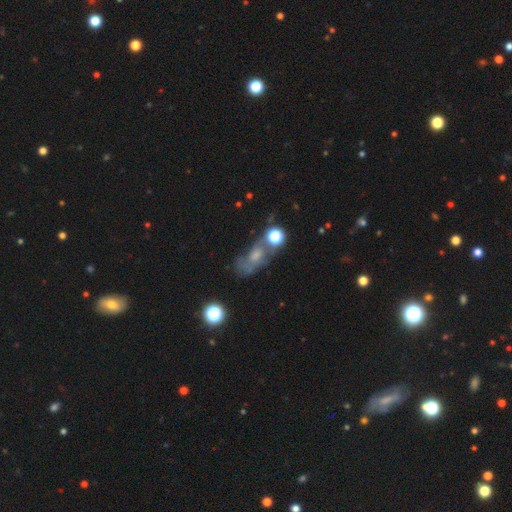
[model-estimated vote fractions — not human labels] The model was most divided on "smooth or featured": smooth: 41%, featured or disk: 37%, star or artifact: 22%. Remaining: merging — none (33%).